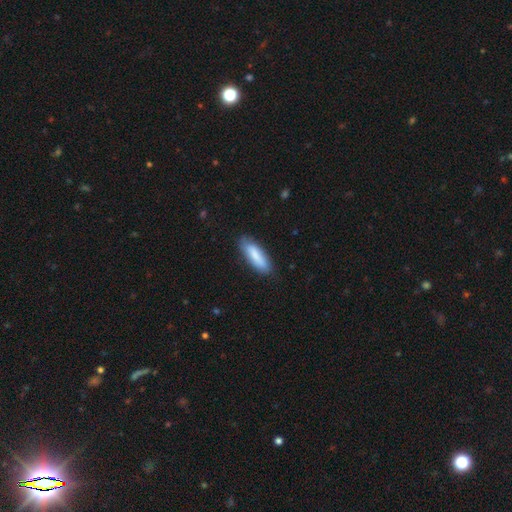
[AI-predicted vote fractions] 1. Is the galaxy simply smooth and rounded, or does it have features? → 82% smooth, 12% featured or disk, 6% star or artifact.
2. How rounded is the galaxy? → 52% in between, 46% cigar-shaped, 2% round.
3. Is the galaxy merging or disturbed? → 81% none, 15% minor disturbance, 3% major disturbance, 1% merger.